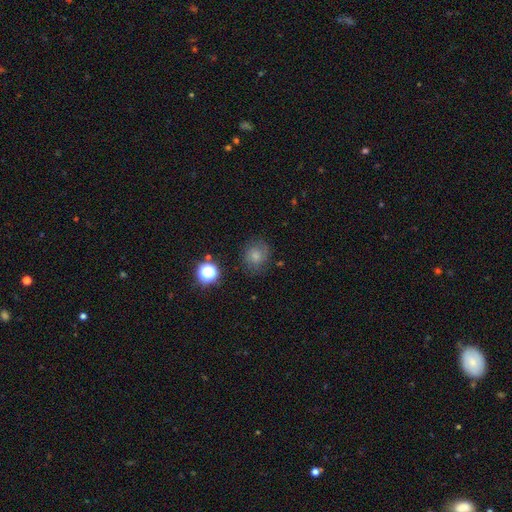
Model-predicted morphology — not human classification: This appears to be a smooth galaxy with no disk features (60%) that is round (81%). Merging: none (74%).